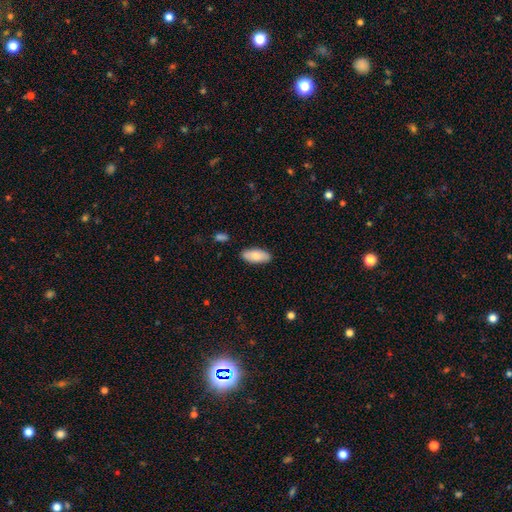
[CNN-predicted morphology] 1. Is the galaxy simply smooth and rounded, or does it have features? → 80% smooth, 14% featured or disk, 6% star or artifact.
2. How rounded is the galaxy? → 87% in between, 11% cigar-shaped, 2% round.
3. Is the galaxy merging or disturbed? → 87% none, 9% minor disturbance, 2% major disturbance, 2% merger.